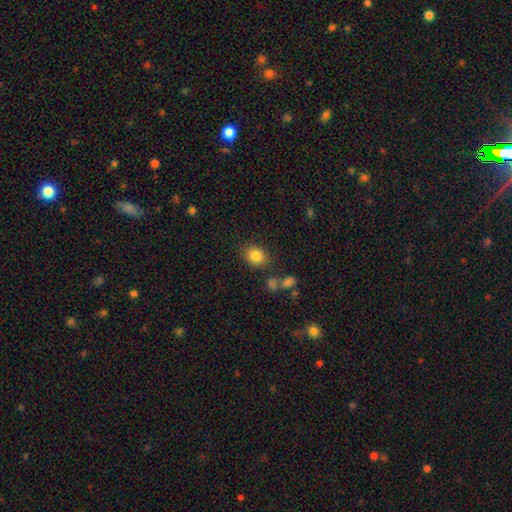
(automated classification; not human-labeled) Smooth or featured? smooth (84%)
How rounded? round (67%)
Merging? none (81%)